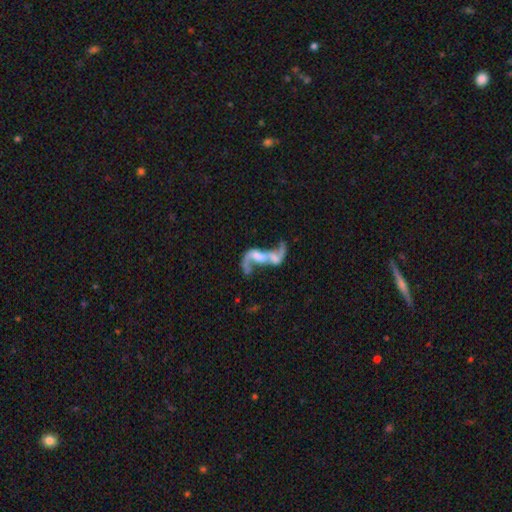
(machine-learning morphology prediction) Overall: featured or disk (79%). Edge-on disk: no (94%). Bar: no (44%; weak 34%). Spiral arms: yes (79%). Spiral arm count: 2 (84%). Spiral winding: loose (89%). Bulge size: none (38%; small 30%). Merging: merger (41%; none 29%).